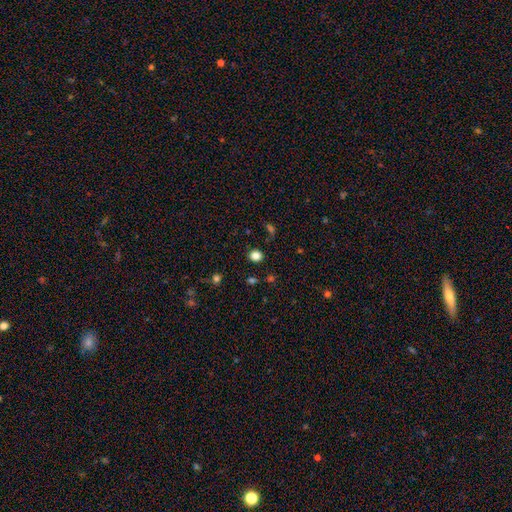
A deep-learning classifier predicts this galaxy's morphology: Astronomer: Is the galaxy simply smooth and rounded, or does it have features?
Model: smooth — 83%.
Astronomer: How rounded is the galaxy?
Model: round — 72%.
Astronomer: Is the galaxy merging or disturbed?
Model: none — 88%.